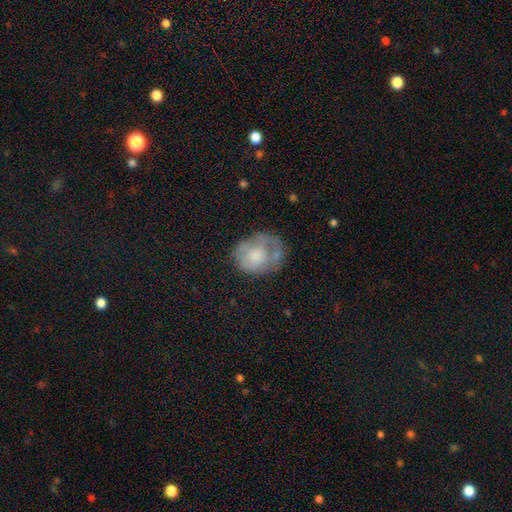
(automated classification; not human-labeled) Morphology: type=smooth (56%); roundness=round (58%); merging=none (40%).